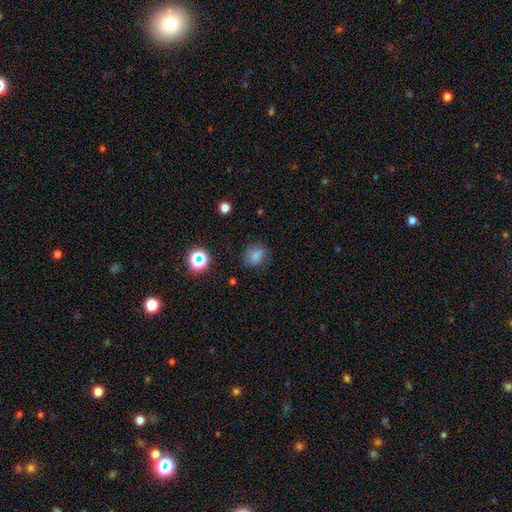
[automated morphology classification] smooth-or-featured: smooth: 75% | star or artifact: 15% | featured or disk: 10%
  how-rounded: round: 56% | in between: 42% | cigar-shaped: 1%
  merging: none: 71% | minor disturbance: 20% | major disturbance: 7% | merger: 2%